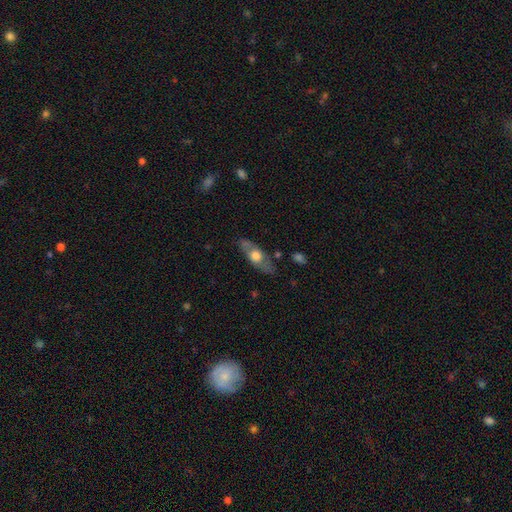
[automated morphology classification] Smooth or featured? Predicted: featured or disk (p=0.50). Merging? Predicted: none (p=0.77).